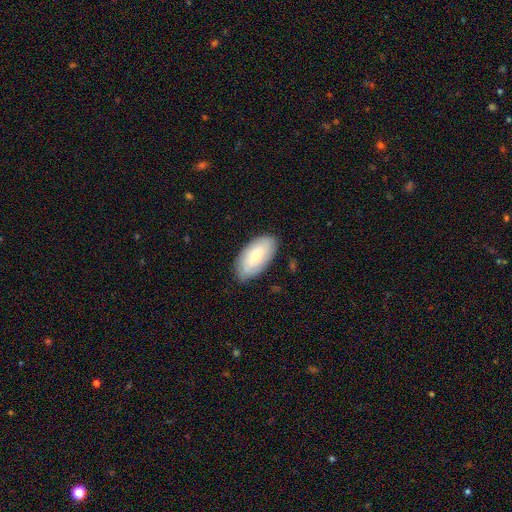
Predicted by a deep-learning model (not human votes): Smooth or featured? smooth (67%)
How rounded? in between (94%)
Merging? none (80%)